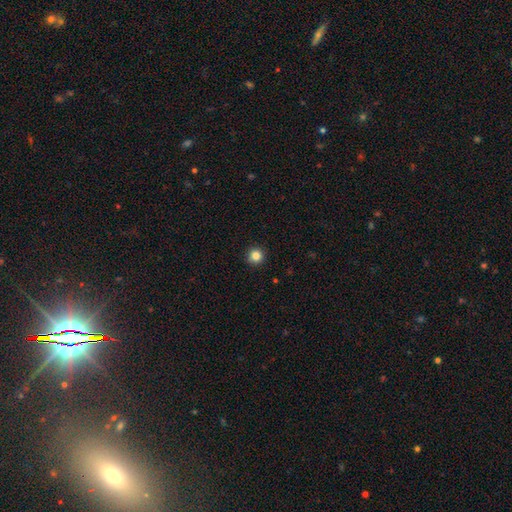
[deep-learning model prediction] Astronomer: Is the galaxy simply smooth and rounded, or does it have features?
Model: smooth — 85%.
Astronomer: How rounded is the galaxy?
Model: round — 95%.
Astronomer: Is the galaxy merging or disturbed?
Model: none — 93%.